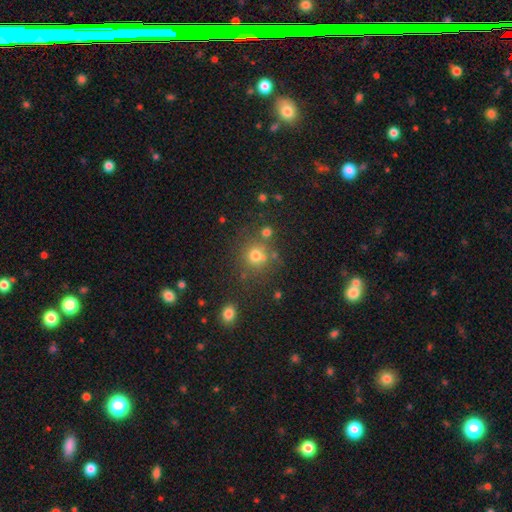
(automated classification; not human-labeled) The model was most divided on "smooth or featured": smooth: 72%, star or artifact: 18%, featured or disk: 10%. More confident: how rounded — round (90%); merging — none (70%).